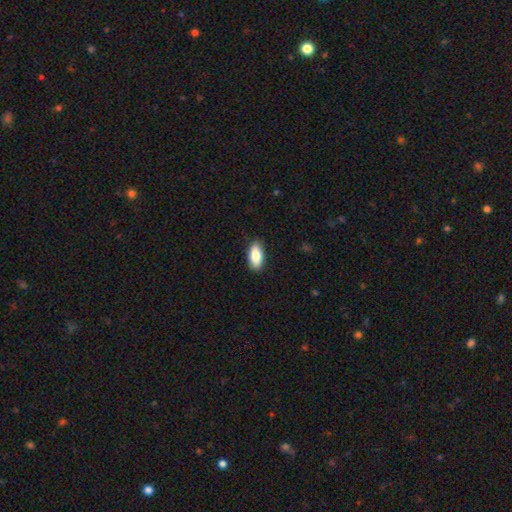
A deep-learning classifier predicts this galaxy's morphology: A smooth galaxy with no disk features (85%) that is in between round and cigar-shaped (86%).

Vote fractions:
- Smooth or featured? smooth: 85% / featured or disk: 9% / star or artifact: 6%
- How rounded? in between: 86% / cigar-shaped: 11% / round: 3%
- Merging? none: 87% / minor disturbance: 10% / major disturbance: 2% / merger: 1%